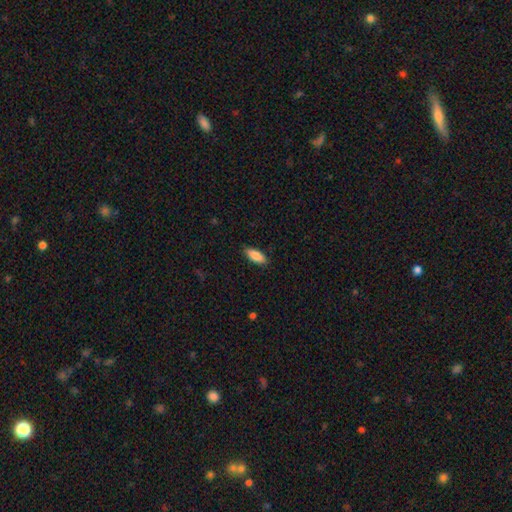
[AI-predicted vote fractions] Morphology: type=smooth (86%); roundness=in between (77%); merging=none (87%).